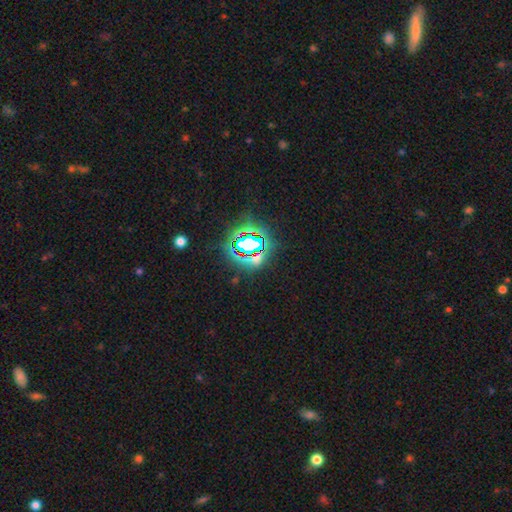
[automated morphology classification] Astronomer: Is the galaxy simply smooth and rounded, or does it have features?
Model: star or artifact — 72%.